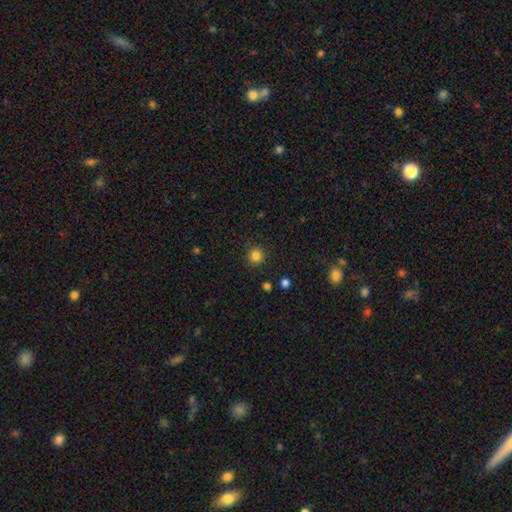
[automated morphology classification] Q: Smooth or featured?
A: smooth (83%); runner-up: star or artifact (13%)
Q: How rounded?
A: round (94%); runner-up: in between (5%)
Q: Merging?
A: none (91%); runner-up: minor disturbance (6%)